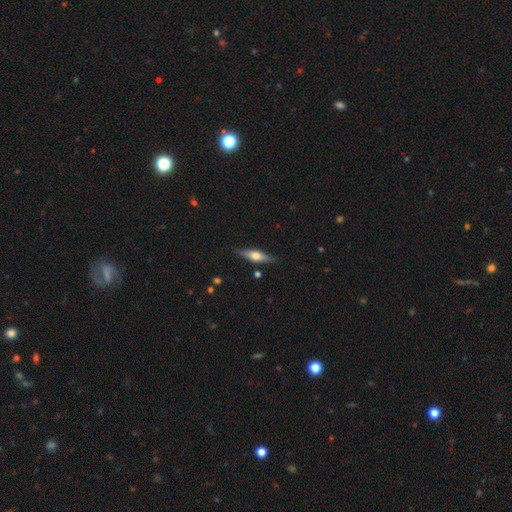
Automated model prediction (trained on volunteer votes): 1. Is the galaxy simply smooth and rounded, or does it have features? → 62% featured or disk, 31% smooth, 6% star or artifact.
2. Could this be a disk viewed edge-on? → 95% yes, 5% no.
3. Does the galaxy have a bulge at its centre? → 92% rounded, 5% boxy, 2% none.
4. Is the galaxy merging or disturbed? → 87% none, 10% minor disturbance, 2% major disturbance, 2% merger.